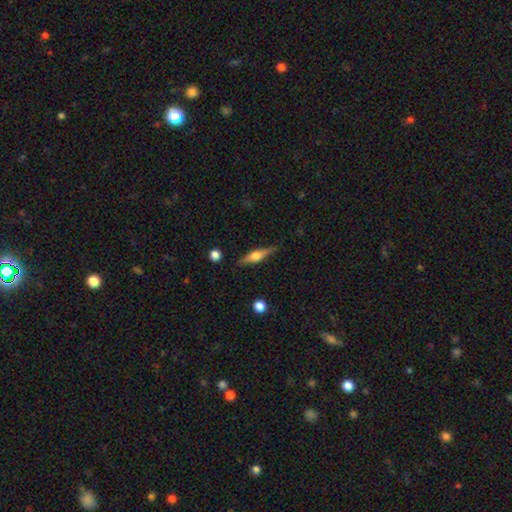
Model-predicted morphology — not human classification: A featured or disk galaxy (63%) viewed edge-on (96%) with a rounded central bulge (91%).

Vote fractions:
- Smooth or featured? featured or disk: 63% / smooth: 31% / star or artifact: 6%
- Edge-on disk? yes: 96% / no: 4%
- Edge-on bulge? rounded: 91% / boxy: 7% / none: 2%
- Merging? none: 85% / minor disturbance: 11% / major disturbance: 2% / merger: 2%